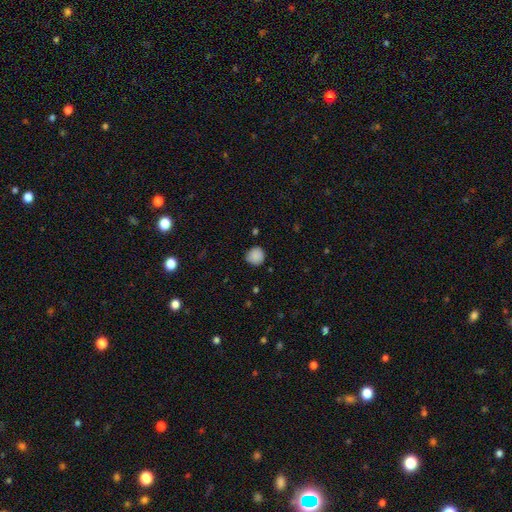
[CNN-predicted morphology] Smooth or featured? smooth (87%)
How rounded? round (92%)
Merging? none (85%)